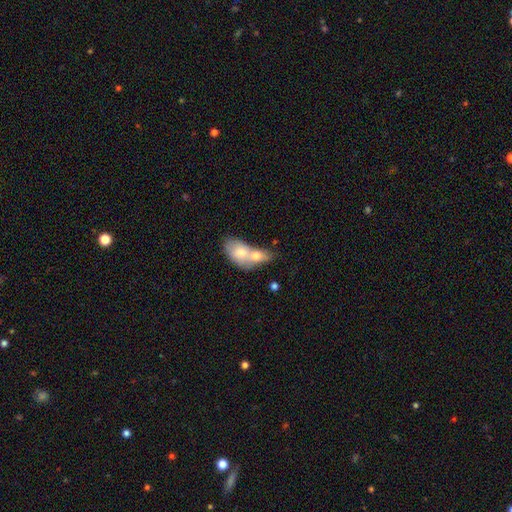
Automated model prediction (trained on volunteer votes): Smooth or featured: smooth — 70% (featured or disk — 24%)
How rounded: in between — 81% (round — 15%)
Merging: merger — 76% (none — 15%)